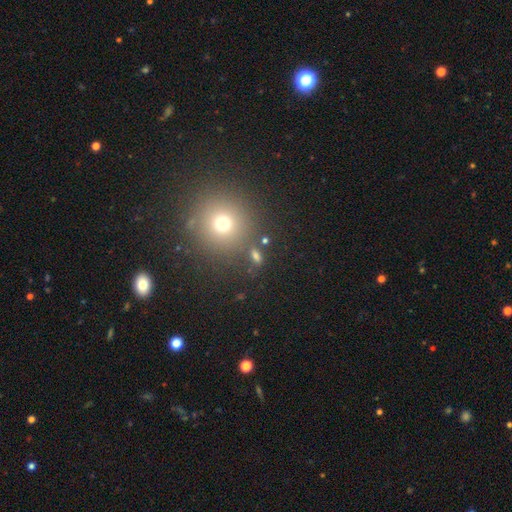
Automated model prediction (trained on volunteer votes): smooth_or_featured: smooth (p=0.58) [alt: star or artifact p=0.32]
how_rounded: round (p=0.82) [alt: in between p=0.15]
merging: none (p=0.80) [alt: minor disturbance p=0.08]